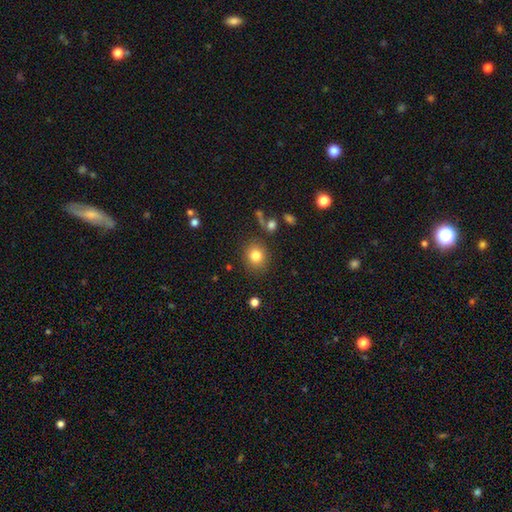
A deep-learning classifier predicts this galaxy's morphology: Smooth or featured? Predicted: smooth (p=0.81). How rounded? Predicted: round (p=0.79). Merging? Predicted: none (p=0.85).